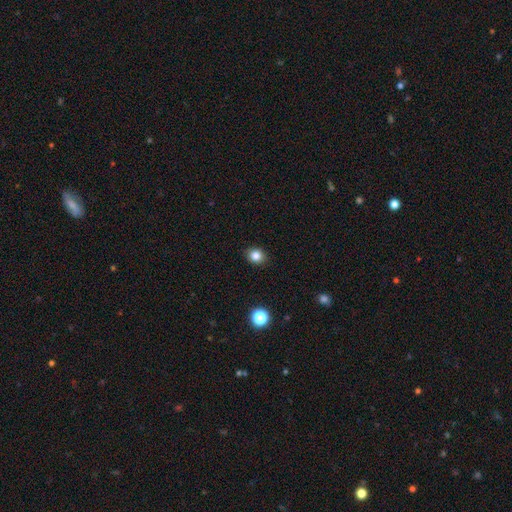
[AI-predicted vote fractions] A smooth galaxy with no disk features (83%) that is round (63%).

Vote fractions:
- Smooth or featured? smooth: 83% / star or artifact: 12% / featured or disk: 6%
- How rounded? round: 63% / in between: 36% / cigar-shaped: 1%
- Merging? none: 90% / minor disturbance: 7% / major disturbance: 2% / merger: 1%